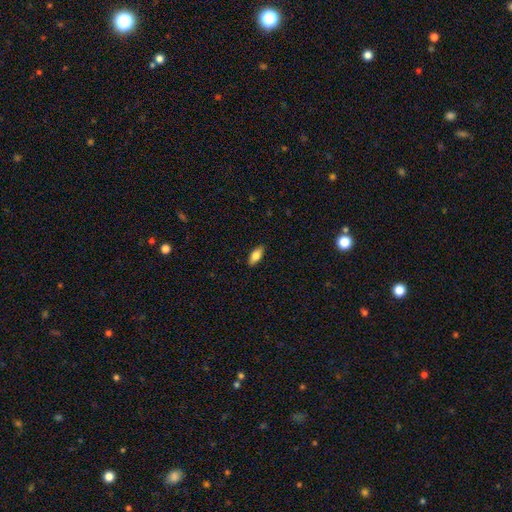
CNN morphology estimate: type=smooth (77%); roundness=in between (83%); merging=none (88%).